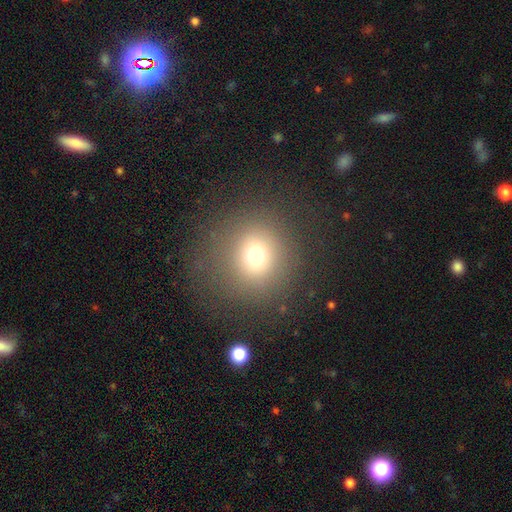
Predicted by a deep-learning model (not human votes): Smooth or featured?
  - smooth: 70% *
  - star or artifact: 19%
  - featured or disk: 11%
How rounded?
  - round: 91% *
  - in between: 8%
  - cigar-shaped: 1%
Merging?
  - none: 83% *
  - minor disturbance: 9%
  - major disturbance: 7%
  - merger: 2%